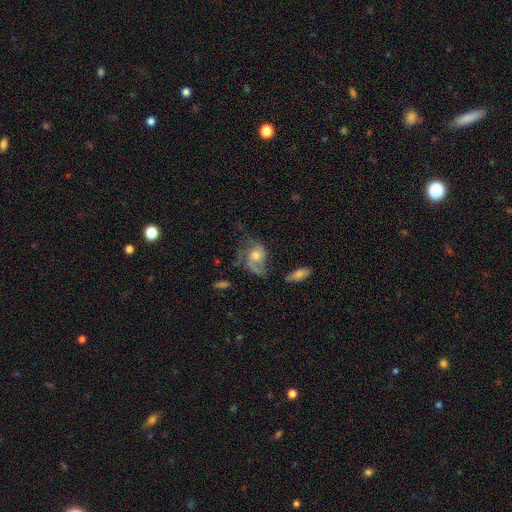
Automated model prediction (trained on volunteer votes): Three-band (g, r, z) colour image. It shows a featured or disk galaxy (65%) with no bar (76%), spiral arms (79%) and a moderate central bulge (58%). Merging: none (37%).